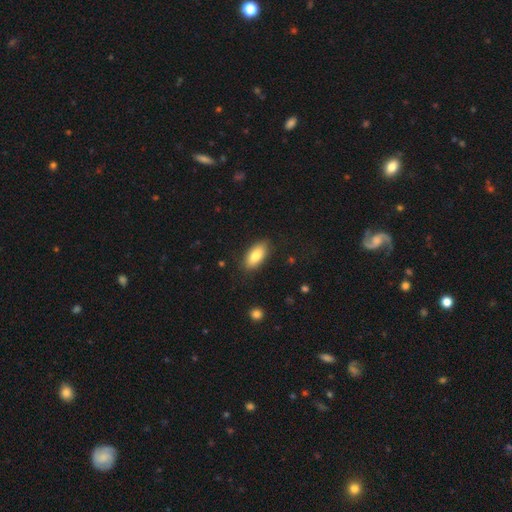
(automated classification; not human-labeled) smooth_or_featured: smooth (p=0.81) [alt: featured or disk p=0.13]
how_rounded: in between (p=0.88) [alt: cigar-shaped p=0.09]
merging: none (p=0.86) [alt: minor disturbance p=0.10]